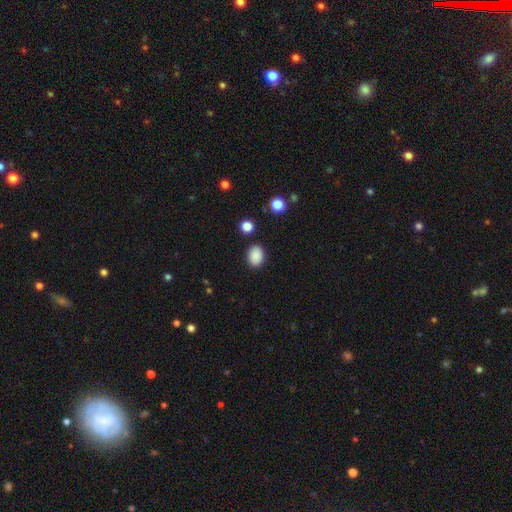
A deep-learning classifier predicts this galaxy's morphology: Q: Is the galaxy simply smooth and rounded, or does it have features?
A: smooth — 88%.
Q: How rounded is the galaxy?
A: in between — 70%.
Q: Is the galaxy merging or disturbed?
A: none — 86%.